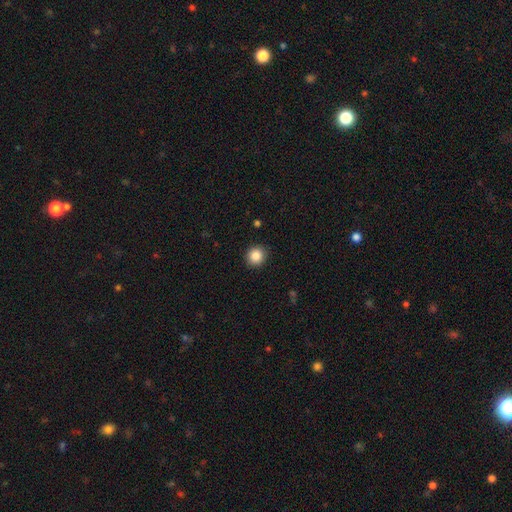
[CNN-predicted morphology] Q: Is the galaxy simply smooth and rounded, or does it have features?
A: smooth — 86%.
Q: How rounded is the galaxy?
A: round — 91%.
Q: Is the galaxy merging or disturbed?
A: none — 91%.